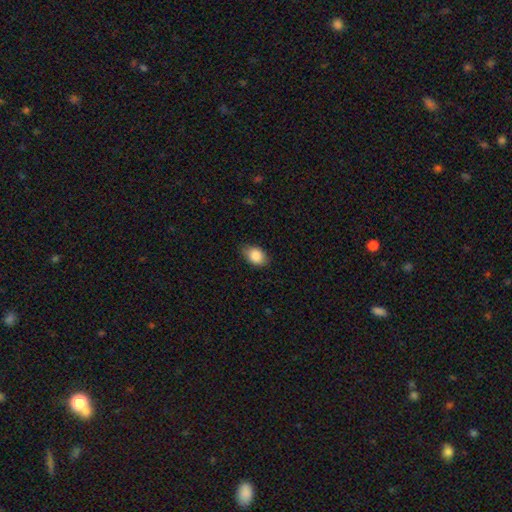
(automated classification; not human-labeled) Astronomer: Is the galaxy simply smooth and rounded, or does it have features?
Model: smooth — 86%.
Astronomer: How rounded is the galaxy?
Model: in between — 77%.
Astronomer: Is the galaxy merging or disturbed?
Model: none — 74%.